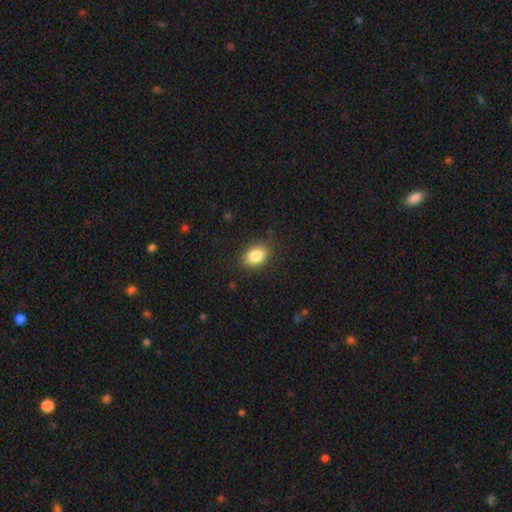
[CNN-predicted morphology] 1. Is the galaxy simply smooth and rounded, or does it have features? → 85% smooth, 8% star or artifact, 6% featured or disk.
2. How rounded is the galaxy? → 73% in between, 26% round, 1% cigar-shaped.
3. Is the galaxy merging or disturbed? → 84% none, 12% minor disturbance, 3% major disturbance, 1% merger.